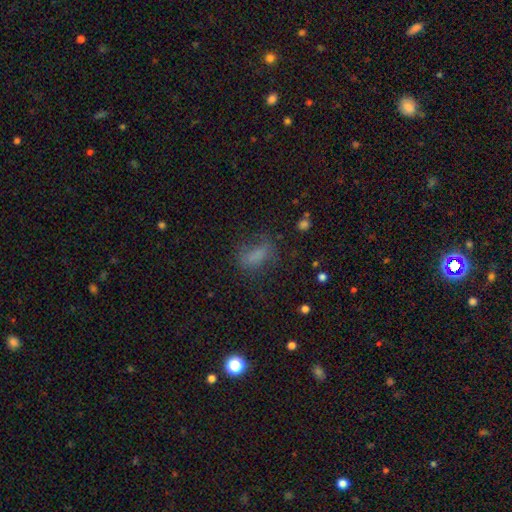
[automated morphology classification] Smooth or featured? Predicted: smooth (p=0.68). How rounded? Predicted: in between (p=0.76). Merging? Predicted: none (p=0.51).